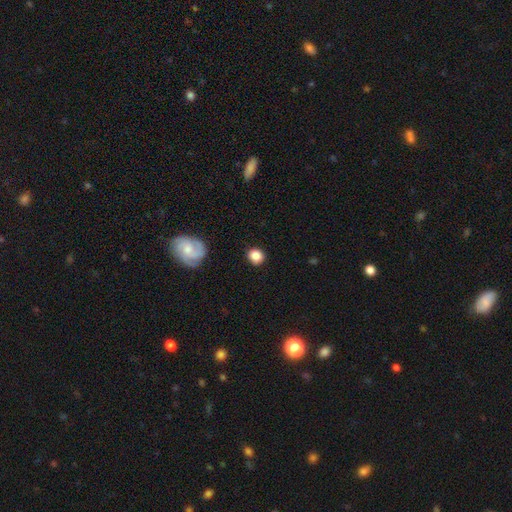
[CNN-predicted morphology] A smooth galaxy with no disk features (86%) that is round (82%).

Vote fractions:
- Smooth or featured? smooth: 86% / star or artifact: 8% / featured or disk: 6%
- How rounded? round: 82% / in between: 16% / cigar-shaped: 1%
- Merging? none: 87% / minor disturbance: 9% / major disturbance: 3% / merger: 2%